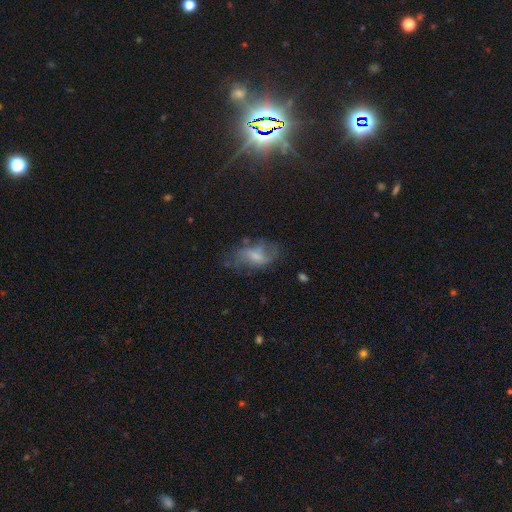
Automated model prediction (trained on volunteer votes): Morphology: type=featured or disk (48%); merging=none (49%).